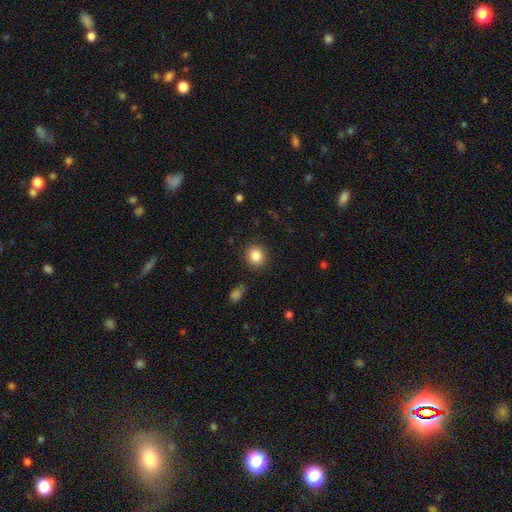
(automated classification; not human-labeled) A smooth galaxy with no disk features (85%) that is round (82%). Merging: none (88%).